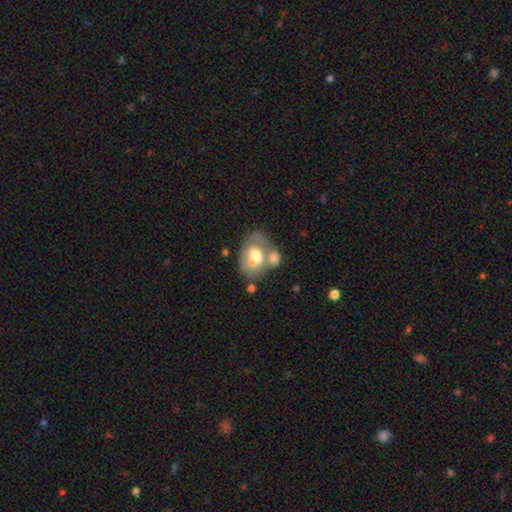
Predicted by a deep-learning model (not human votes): Overall: smooth (58%; featured or disk 34%). How rounded: in between (78%). Merging: merger (43%; none 29%).